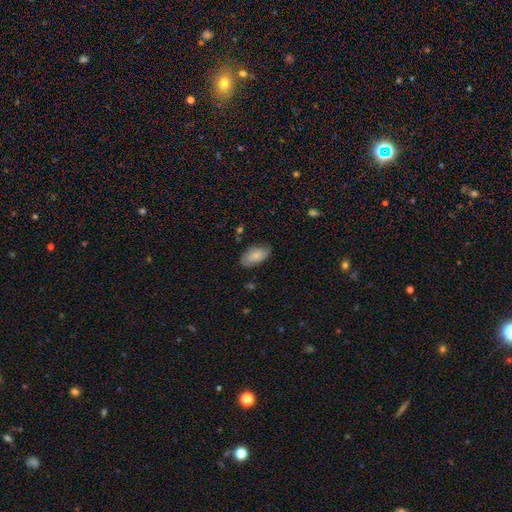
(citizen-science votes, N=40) This is clearly a smooth galaxy (80%). How rounded: clearly in between (97%). Merging: likely none (76%).